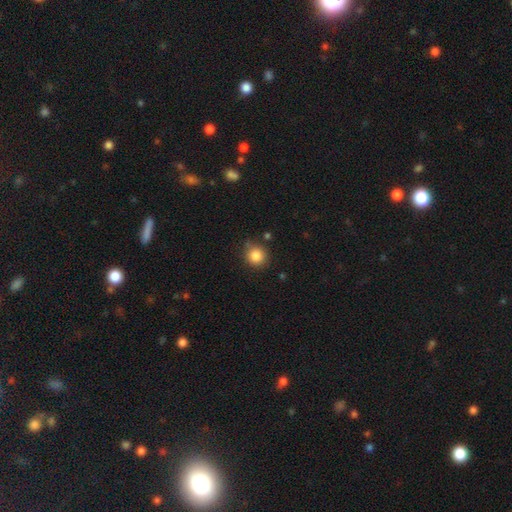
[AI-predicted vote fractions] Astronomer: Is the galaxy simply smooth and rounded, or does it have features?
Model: smooth — 85%.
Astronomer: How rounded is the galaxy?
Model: round — 90%.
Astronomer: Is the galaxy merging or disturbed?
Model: none — 83%.